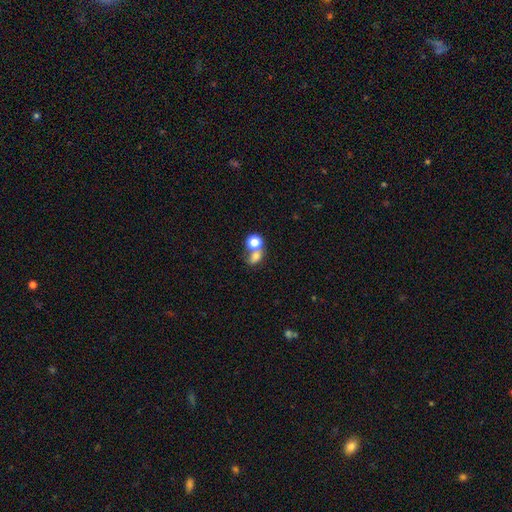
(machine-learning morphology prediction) A smooth galaxy with no disk features (74%) that is round (50%).

Vote fractions:
- Smooth or featured? smooth: 74% / star or artifact: 14% / featured or disk: 13%
- How rounded? round: 50% / in between: 48% / cigar-shaped: 2%
- Merging? merger: 52% / none: 33% / minor disturbance: 9% / major disturbance: 7%